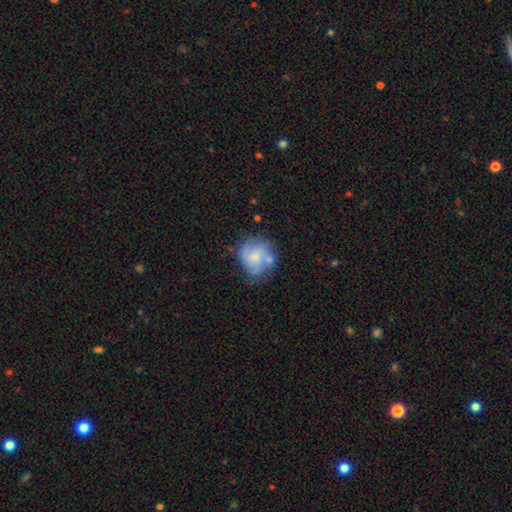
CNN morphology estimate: type=featured or disk (55%); edge-on=no (98%); bar=no (75%); spiral arms=yes (71%); bulge=small (51%); merging=none (51%).